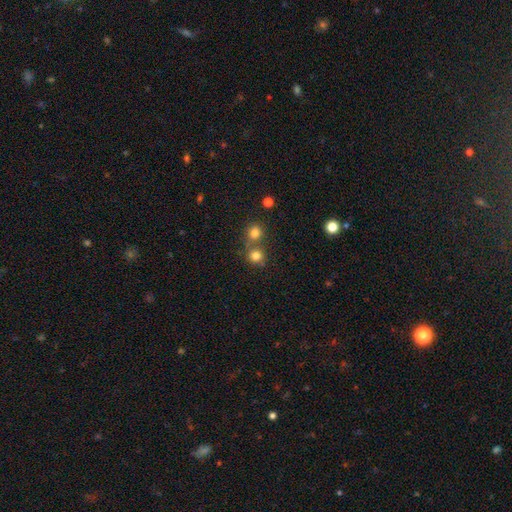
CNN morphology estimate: smooth-or-featured: smooth: 80% | star or artifact: 14% | featured or disk: 7%
  how-rounded: round: 87% | in between: 12% | cigar-shaped: 1%
  merging: none: 57% | merger: 33% | minor disturbance: 7% | major disturbance: 3%